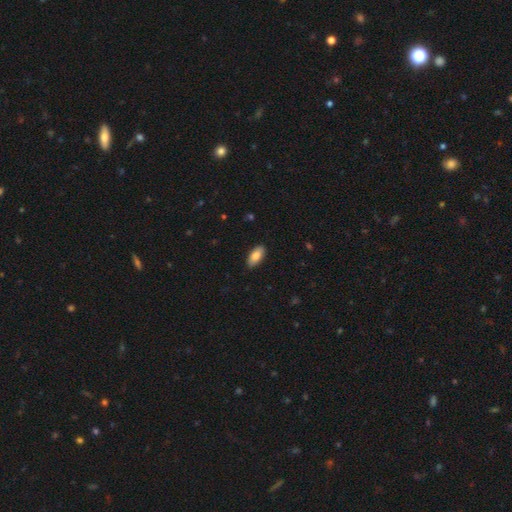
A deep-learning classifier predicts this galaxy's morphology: Q: Smooth or featured?
A: smooth (83%); runner-up: featured or disk (10%)
Q: How rounded?
A: in between (90%); runner-up: cigar-shaped (8%)
Q: Merging?
A: none (88%); runner-up: minor disturbance (9%)